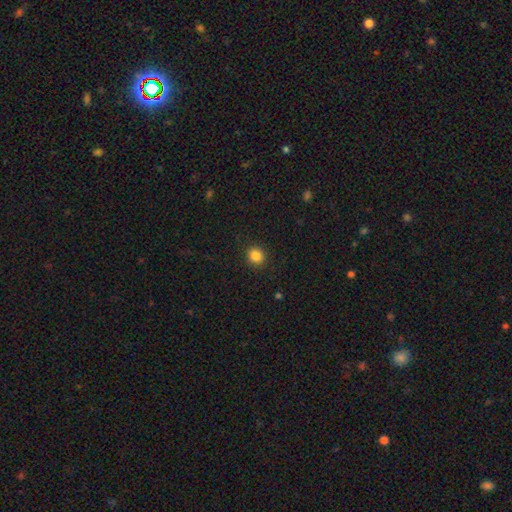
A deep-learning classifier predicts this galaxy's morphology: Smooth or featured: smooth — 85% (star or artifact — 11%)
How rounded: round — 88% (in between — 11%)
Merging: none — 91% (minor disturbance — 6%)